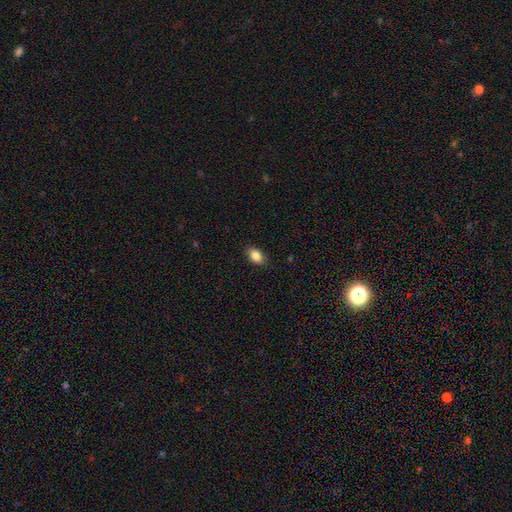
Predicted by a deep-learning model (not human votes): The model was most divided on "how rounded": in between: 87%, round: 12%, cigar-shaped: 2%. More confident: smooth or featured — smooth (87%); merging — none (86%).